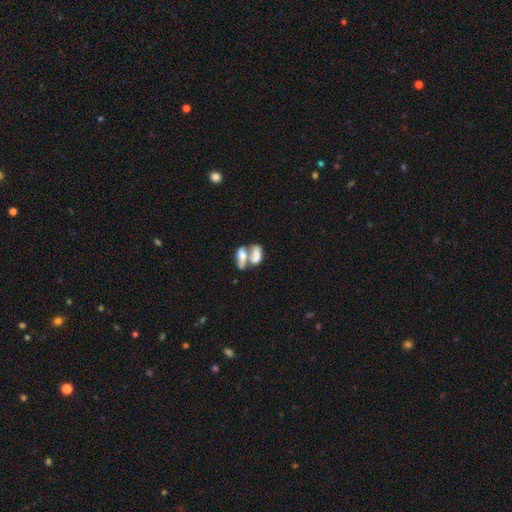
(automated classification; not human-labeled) Morphology: type=smooth (62%); roundness=in between (87%); merging=merger (71%).